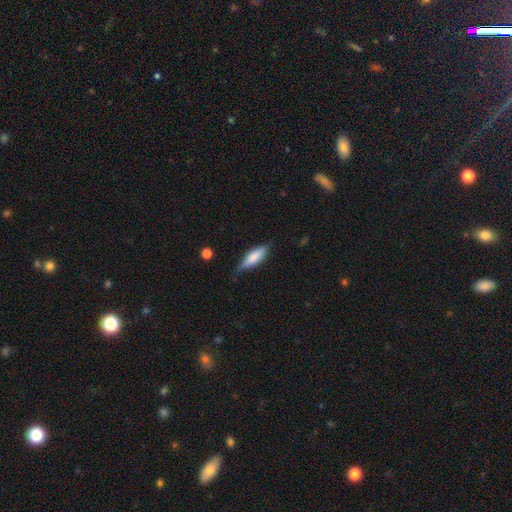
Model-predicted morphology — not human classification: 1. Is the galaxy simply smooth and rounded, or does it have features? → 70% smooth, 23% featured or disk, 6% star or artifact.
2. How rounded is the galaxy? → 53% cigar-shaped, 45% in between, 2% round.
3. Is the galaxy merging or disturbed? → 72% none, 22% minor disturbance, 5% major disturbance, 2% merger.